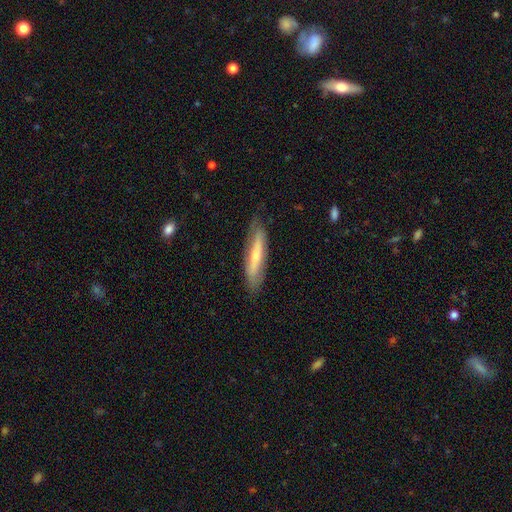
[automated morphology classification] Smooth or featured? featured or disk (52%)
Edge-on disk? yes (62%)
Merging? none (76%)